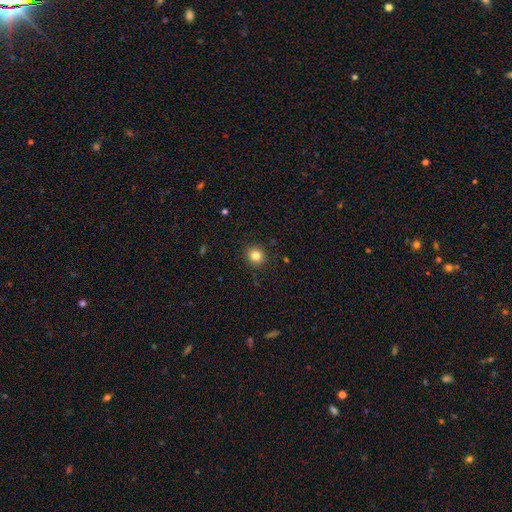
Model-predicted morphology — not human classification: smooth_or_featured: smooth (p=0.82) [alt: star or artifact p=0.12]
how_rounded: round (p=0.88) [alt: in between p=0.11]
merging: none (p=0.90) [alt: minor disturbance p=0.06]